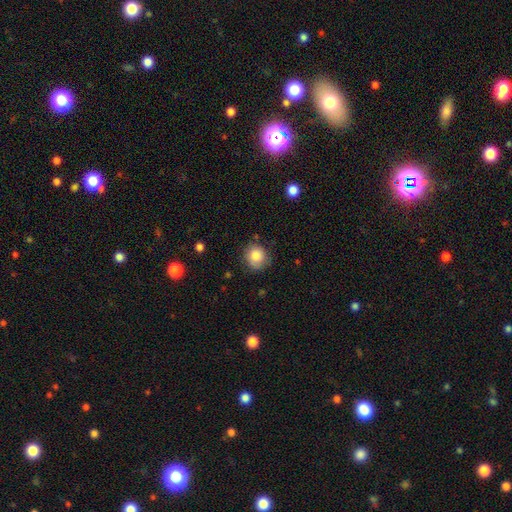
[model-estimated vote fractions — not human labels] smooth-or-featured: smooth: 84% | star or artifact: 9% | featured or disk: 7%
  how-rounded: round: 83% | in between: 16% | cigar-shaped: 1%
  merging: none: 76% | minor disturbance: 18% | major disturbance: 4% | merger: 2%